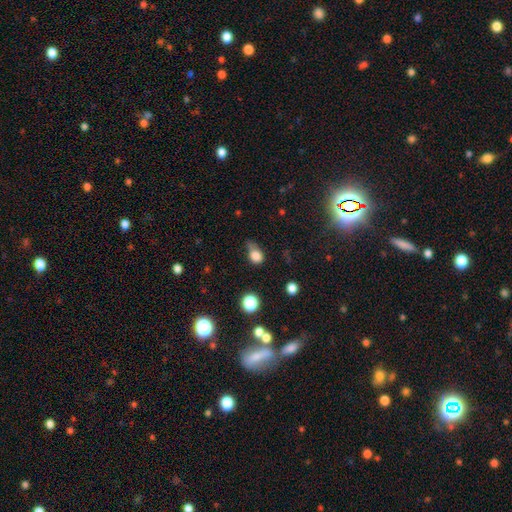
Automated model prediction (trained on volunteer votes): Morphology: type=smooth (80%); roundness=round (54%); merging=minor disturbance (39%).